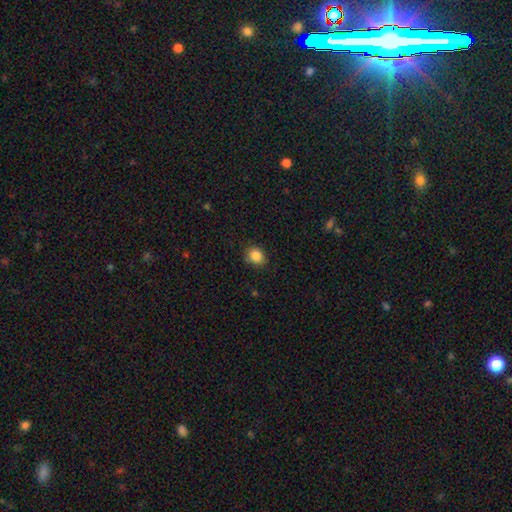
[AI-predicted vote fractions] A smooth galaxy with no disk features (85%) that is round (65%).

Vote fractions:
- Smooth or featured? smooth: 85% / star or artifact: 10% / featured or disk: 5%
- How rounded? round: 65% / in between: 35% / cigar-shaped: 1%
- Merging? none: 83% / minor disturbance: 13% / major disturbance: 3% / merger: 1%